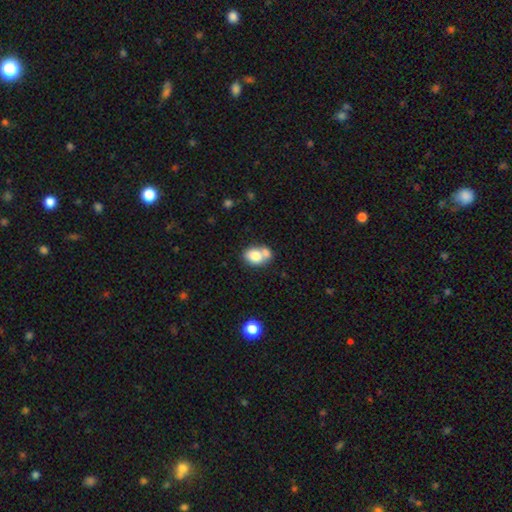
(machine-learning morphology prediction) Overall: smooth (78%). How rounded: in between (63%; round 36%). Merging: merger (48%; none 36%).